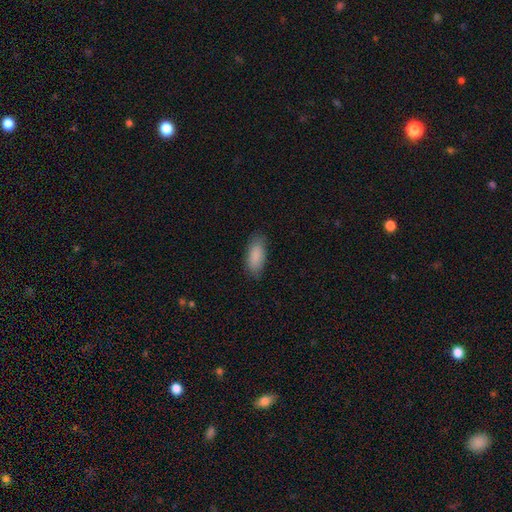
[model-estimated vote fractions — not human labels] A smooth galaxy with no disk features (89%) that is in between round and cigar-shaped (86%).

Vote fractions:
- Smooth or featured? smooth: 89% / star or artifact: 6% / featured or disk: 5%
- How rounded? in between: 86% / cigar-shaped: 12% / round: 2%
- Merging? none: 84% / minor disturbance: 13% / major disturbance: 3% / merger: 1%